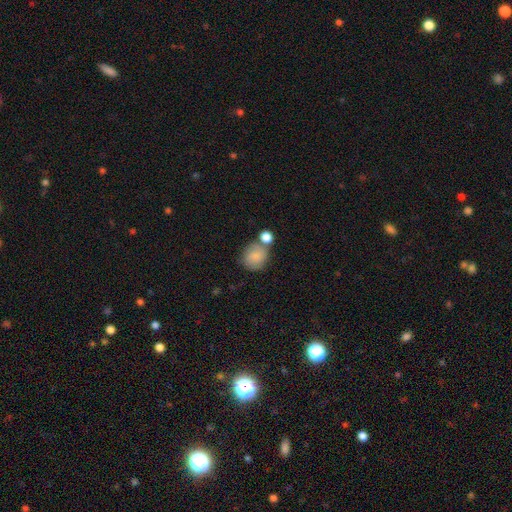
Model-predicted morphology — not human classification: Overall: smooth (81%). How rounded: round (80%). Merging: none (54%; merger 25%).